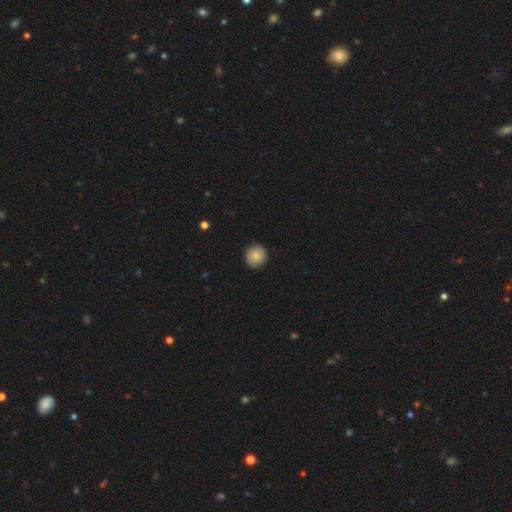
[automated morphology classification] Smooth or featured? Predicted: smooth (p=0.85). How rounded? Predicted: round (p=0.90). Merging? Predicted: none (p=0.89).